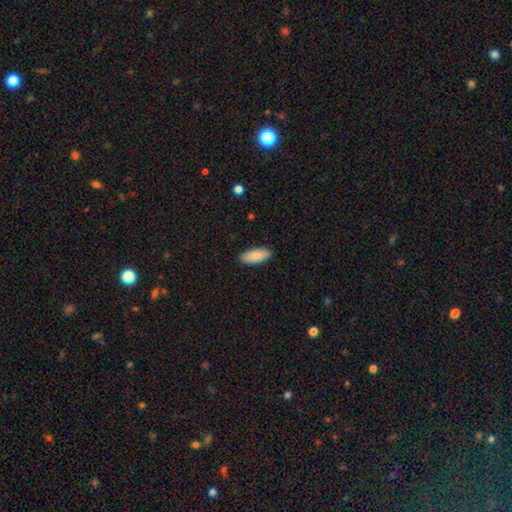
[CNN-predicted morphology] A smooth galaxy with no disk features (85%) that is in between round and cigar-shaped (81%). Merging: none (89%).